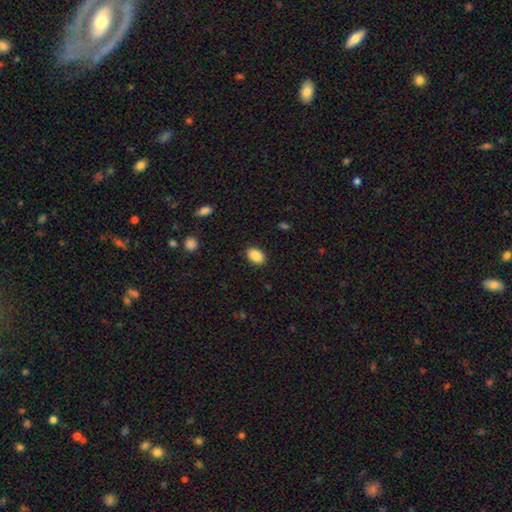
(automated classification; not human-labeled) smooth_or_featured: smooth (p=0.89) [alt: star or artifact p=0.08]
how_rounded: in between (p=0.87) [alt: round p=0.11]
merging: none (p=0.89) [alt: minor disturbance p=0.08]